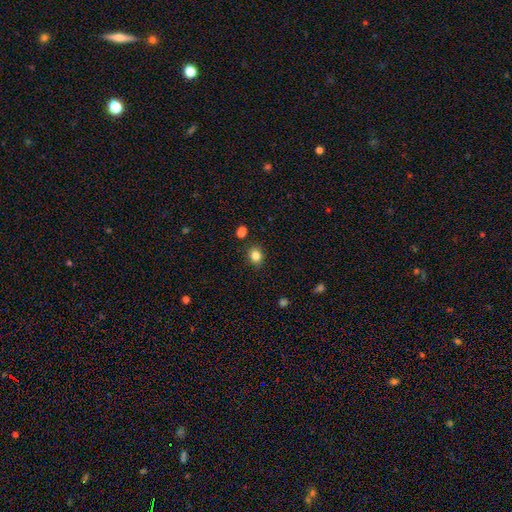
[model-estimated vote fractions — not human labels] A smooth galaxy with no disk features (83%) that is round (58%). Merging: none (85%).